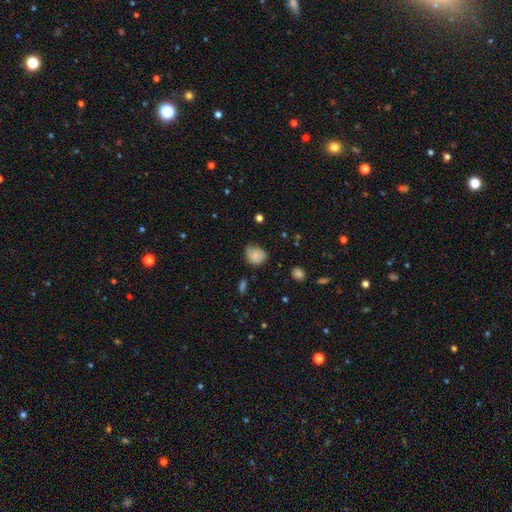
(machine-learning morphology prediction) Smooth or featured? Predicted: smooth (p=0.76). How rounded? Predicted: round (p=0.64). Merging? Predicted: none (p=0.50).